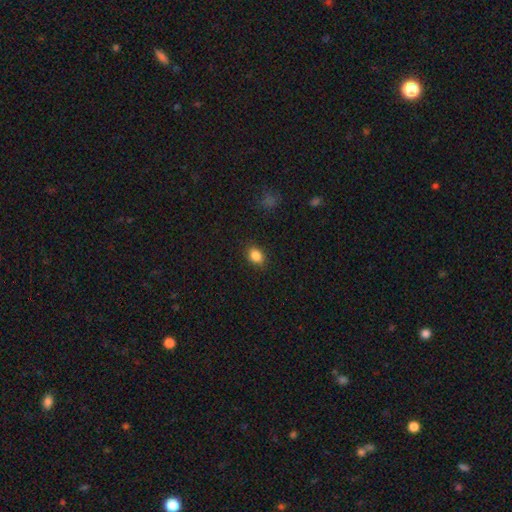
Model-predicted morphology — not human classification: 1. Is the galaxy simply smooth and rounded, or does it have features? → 85% smooth, 10% star or artifact, 5% featured or disk.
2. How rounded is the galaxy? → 61% in between, 38% round, 1% cigar-shaped.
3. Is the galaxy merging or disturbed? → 88% none, 9% minor disturbance, 2% major disturbance, 1% merger.